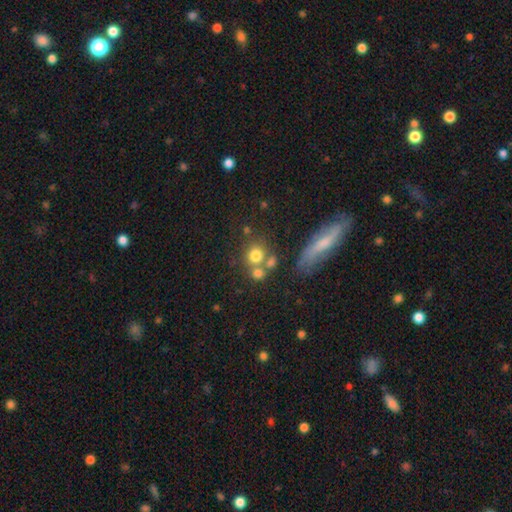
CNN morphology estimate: The model was most divided on "merging": none: 51%, merger: 31%, minor disturbance: 11%, major disturbance: 7%. More confident: how rounded — round (80%); smooth or featured — smooth (72%).